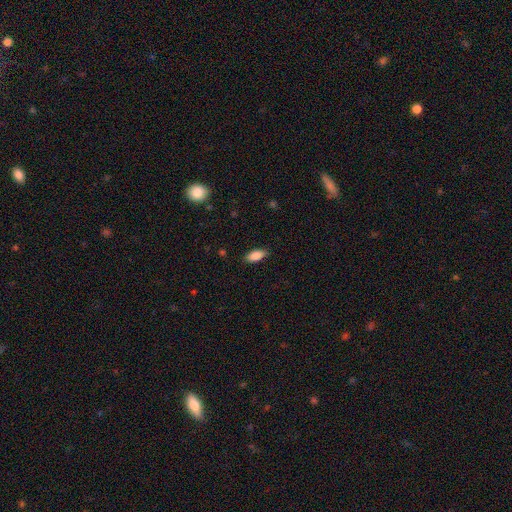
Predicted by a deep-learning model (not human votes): Q: Smooth or featured?
A: smooth (85%); runner-up: featured or disk (9%)
Q: How rounded?
A: in between (85%); runner-up: cigar-shaped (12%)
Q: Merging?
A: none (87%); runner-up: minor disturbance (10%)